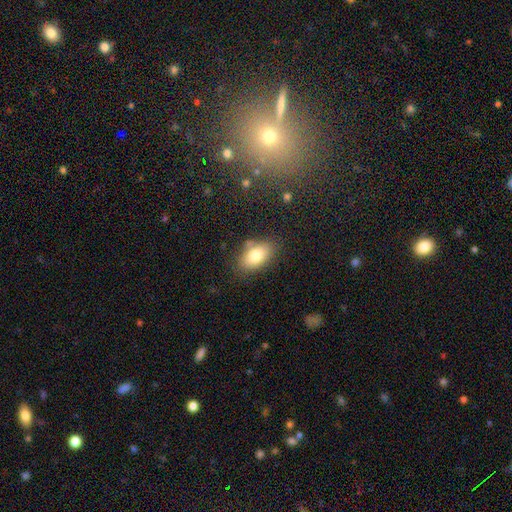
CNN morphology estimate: Q: Smooth or featured?
A: smooth (80%); runner-up: featured or disk (12%)
Q: How rounded?
A: in between (91%); runner-up: round (7%)
Q: Merging?
A: none (74%); runner-up: minor disturbance (16%)